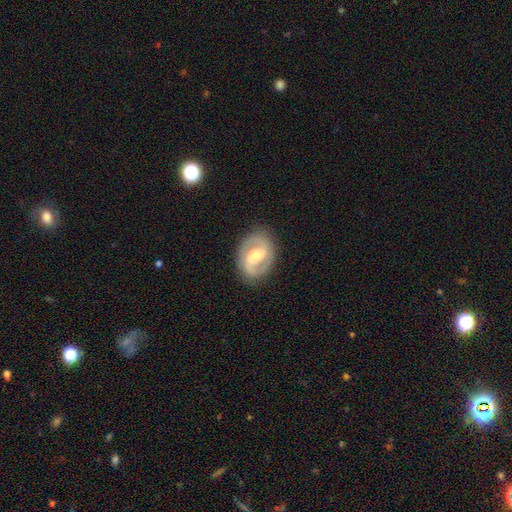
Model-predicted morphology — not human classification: Smooth or featured? featured or disk (84%)
Edge-on disk? no (97%)
Bar? weak (46%)
Spiral arms? yes (92%)
Spiral winding? medium (54%)
Spiral arm count? 2 (92%)
Bulge size? moderate (64%)
Merging? none (87%)